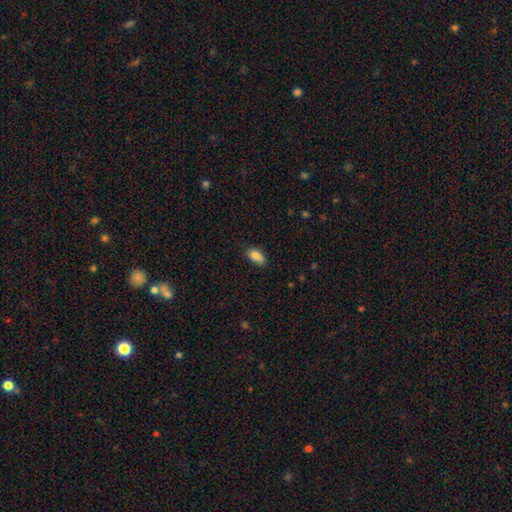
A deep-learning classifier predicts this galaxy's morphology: Smooth or featured? Predicted: smooth (p=0.85). How rounded? Predicted: in between (p=0.87). Merging? Predicted: none (p=0.70).